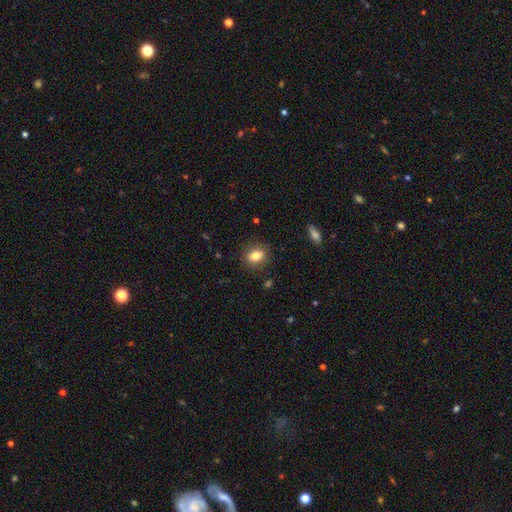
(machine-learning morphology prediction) type=smooth (82%); roundness=in between (53%); merging=none (87%).